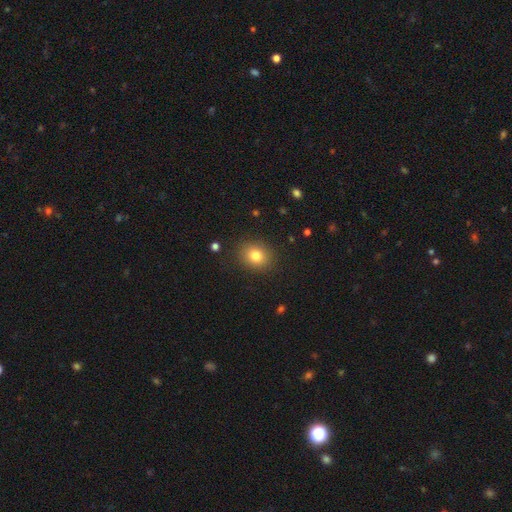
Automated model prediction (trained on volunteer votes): A smooth galaxy with no disk features (81%) that is round (62%). Merging: none (88%).